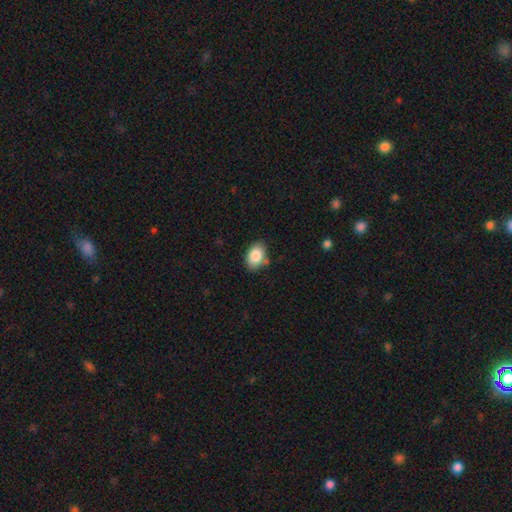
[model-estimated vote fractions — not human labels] Overall: smooth (86%). How rounded: in between (85%). Merging: none (78%).